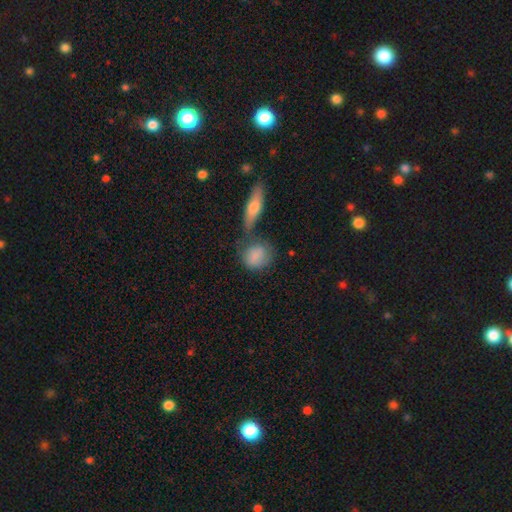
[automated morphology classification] type=smooth (82%); roundness=round (53%); merging=none (50%).